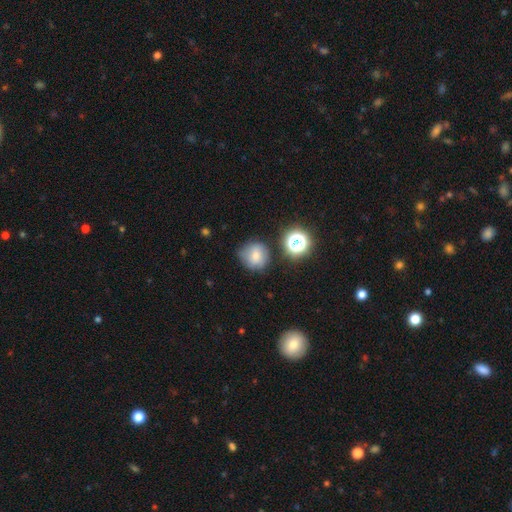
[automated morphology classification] Smooth or featured? smooth (63%)
How rounded? round (86%)
Merging? none (74%)